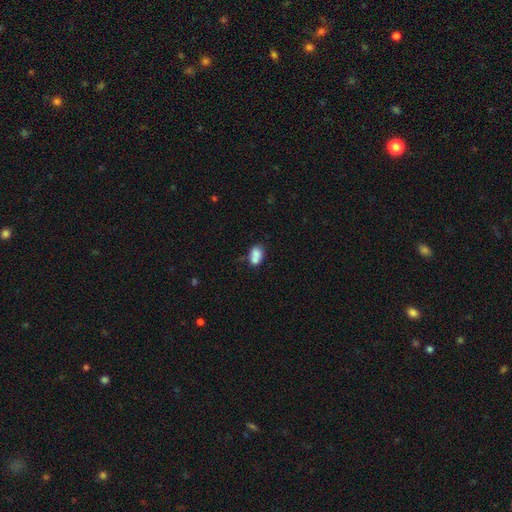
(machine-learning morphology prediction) The model was most divided on "merging": merger: 51%, none: 30%, minor disturbance: 13%, major disturbance: 6%. More confident: smooth or featured — smooth (75%); how rounded — in between (73%).